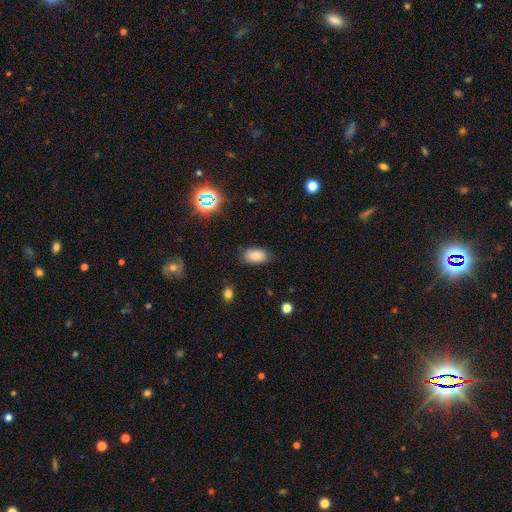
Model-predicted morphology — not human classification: The model was most divided on "merging": none: 81%, minor disturbance: 14%, major disturbance: 3%, merger: 1%. More confident: how rounded — in between (92%); smooth or featured — smooth (82%).